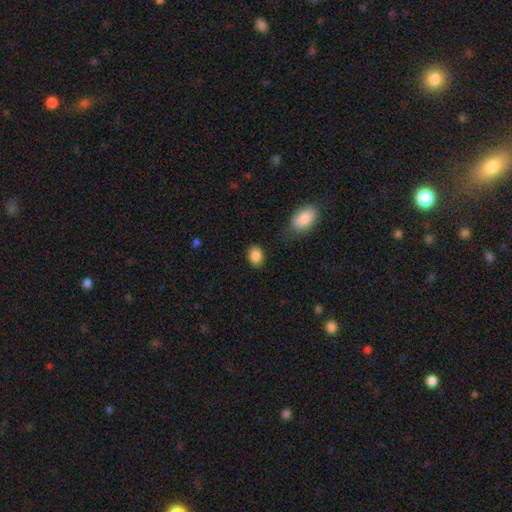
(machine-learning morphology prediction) A smooth galaxy with no disk features (87%) that is in between round and cigar-shaped (69%).

Vote fractions:
- Smooth or featured? smooth: 87% / star or artifact: 8% / featured or disk: 4%
- How rounded? in between: 69% / round: 30% / cigar-shaped: 1%
- Merging? none: 84% / minor disturbance: 11% / major disturbance: 3% / merger: 3%